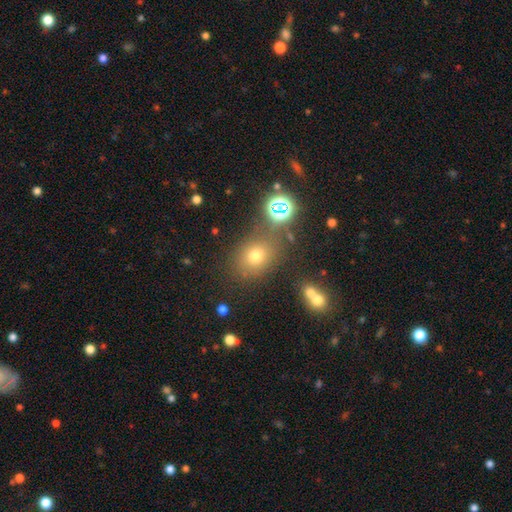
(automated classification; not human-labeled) Overall: smooth (64%; star or artifact 25%). How rounded: round (55%; in between 44%). Merging: none (74%).